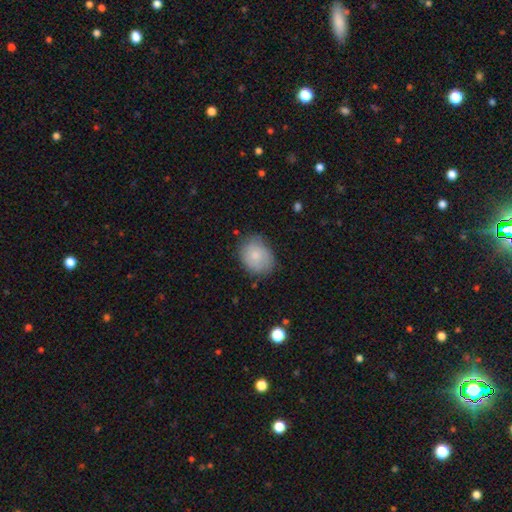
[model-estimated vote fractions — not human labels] This appears to be a smooth galaxy with no disk features (77%) that is in between round and cigar-shaped (56%). Merging: none (71%).